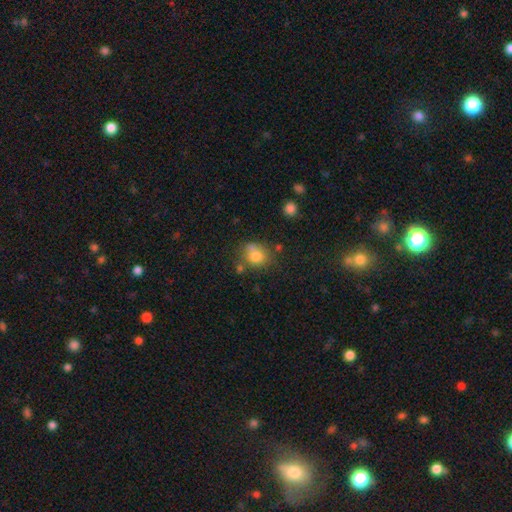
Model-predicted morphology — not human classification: Q: Smooth or featured?
A: smooth (78%); runner-up: featured or disk (11%)
Q: How rounded?
A: round (61%); runner-up: in between (38%)
Q: Merging?
A: none (55%); runner-up: minor disturbance (23%)